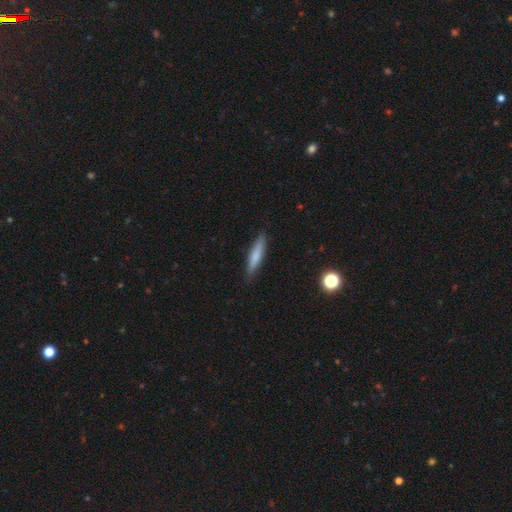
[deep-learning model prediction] smooth-or-featured: smooth: 73% | featured or disk: 21% | star or artifact: 7%
  how-rounded: cigar-shaped: 85% | in between: 13% | round: 2%
  merging: none: 87% | minor disturbance: 10% | major disturbance: 2% | merger: 1%